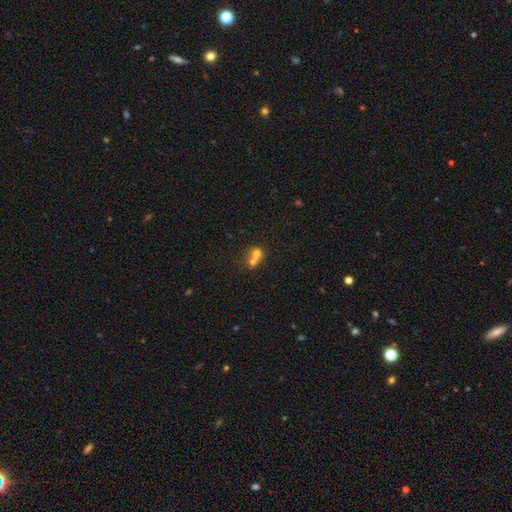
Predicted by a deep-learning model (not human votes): Smooth or featured?
  - smooth: 63% *
  - featured or disk: 22%
  - star or artifact: 16%
How rounded?
  - round: 69% *
  - in between: 29%
  - cigar-shaped: 2%
Merging?
  - merger: 66% *
  - none: 25%
  - minor disturbance: 6%
  - major disturbance: 4%